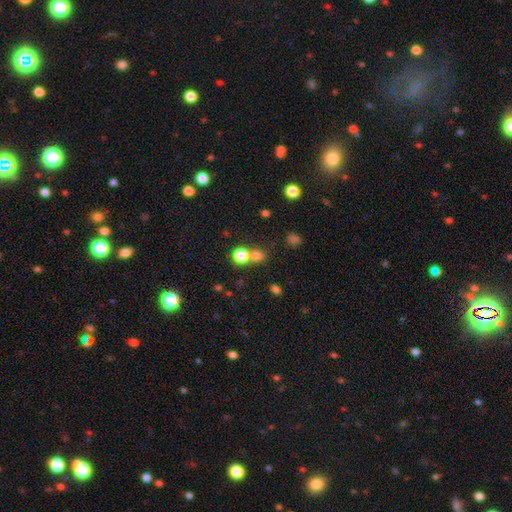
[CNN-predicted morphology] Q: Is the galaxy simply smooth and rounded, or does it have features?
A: smooth — 72%.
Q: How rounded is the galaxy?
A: round — 74%.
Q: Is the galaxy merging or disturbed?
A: none — 54%.